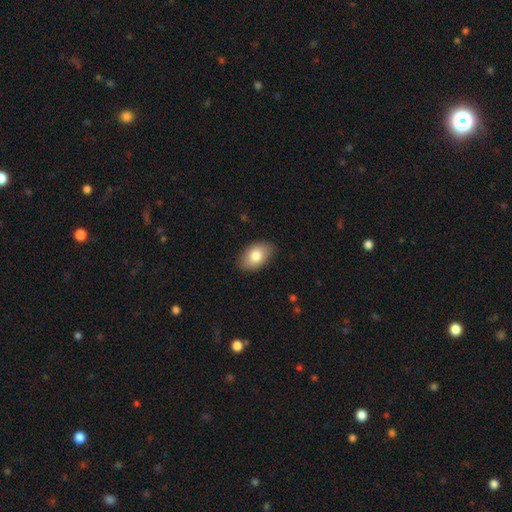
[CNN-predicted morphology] This is likely a smooth galaxy (79%). How rounded: clearly in between (90%). Merging: clearly none (85%).